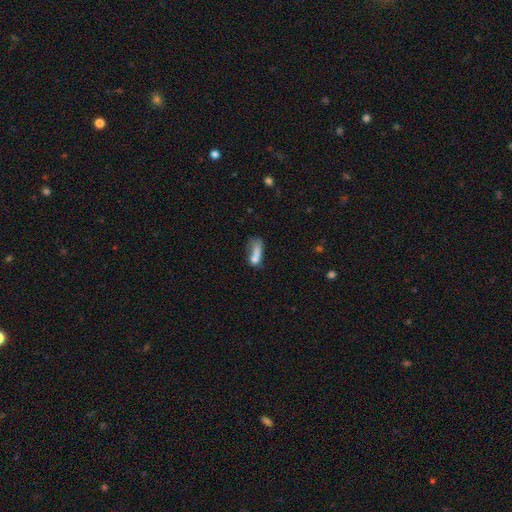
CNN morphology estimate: Smooth or featured? Predicted: smooth (p=0.66). How rounded? Predicted: in between (p=0.65). Merging? Predicted: major disturbance (p=0.34).